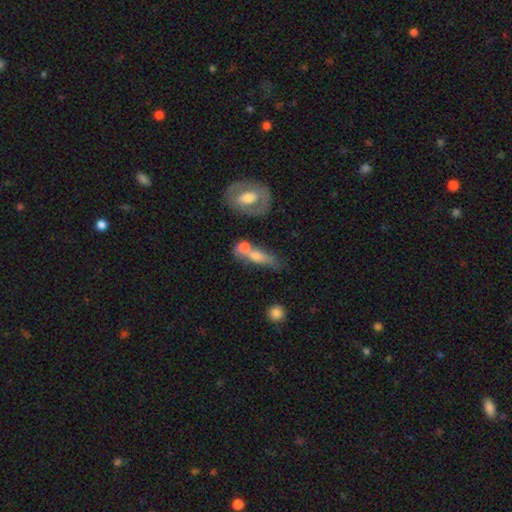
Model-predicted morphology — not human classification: The model was most divided on "merging": merger: 40%, none: 35%, minor disturbance: 16%, major disturbance: 9%. More confident: smooth or featured — smooth (60%); how rounded — in between (54%).